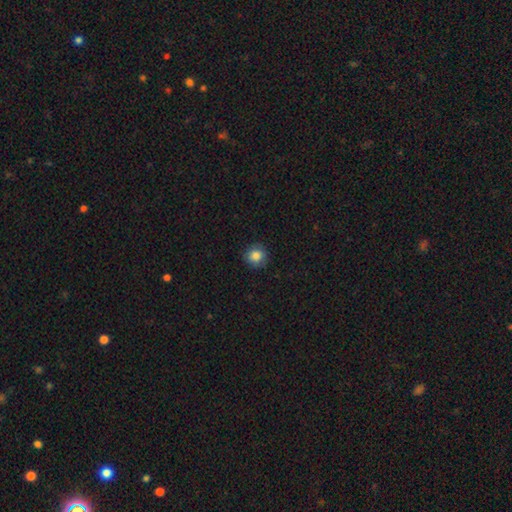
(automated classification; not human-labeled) smooth 85%, star or artifact 10%, featured or disk 5%. Down the decision tree: how rounded — round (90%); merging — none (88%).